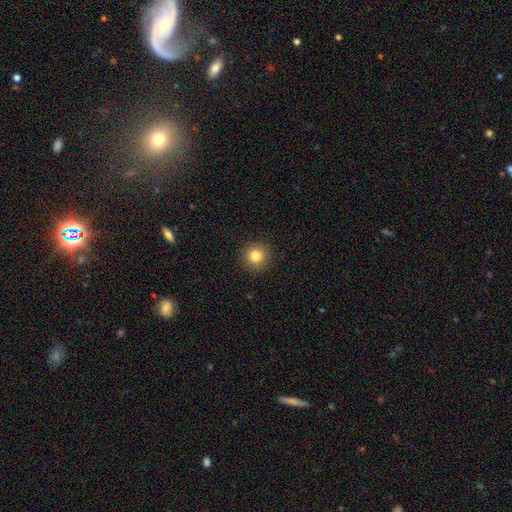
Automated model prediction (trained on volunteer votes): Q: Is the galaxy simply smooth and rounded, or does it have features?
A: smooth — 82%.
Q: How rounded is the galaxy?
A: round — 94%.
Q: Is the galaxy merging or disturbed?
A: none — 92%.